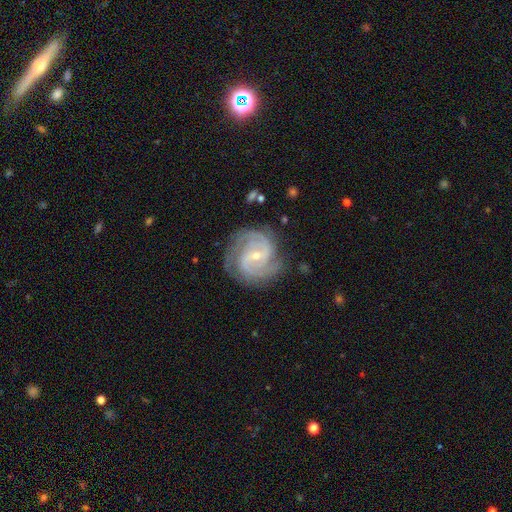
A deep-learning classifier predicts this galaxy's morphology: This is clearly a featured or disk galaxy (91%). It is clearly not viewed edge-on (98%). Bar: possibly weak (46%). Spiral arm pattern: clearly yes (98%). Spiral arm count: marginally 2 (38%). Spiral winding: possibly tight (54%). Central bulge: likely small (69%). Merging: likely none (79%).